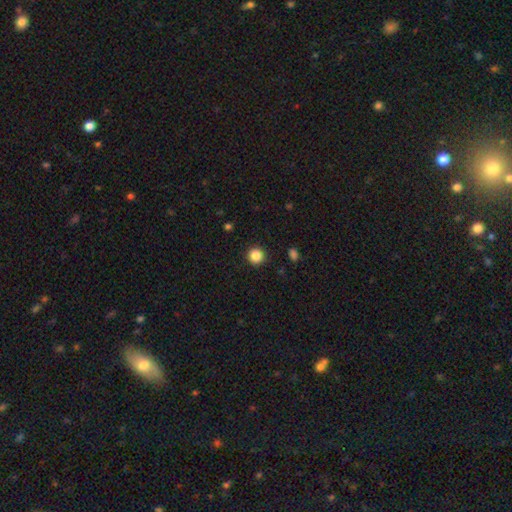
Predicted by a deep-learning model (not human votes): A smooth galaxy with no disk features (86%) that is round (95%).

Vote fractions:
- Smooth or featured? smooth: 86% / star or artifact: 10% / featured or disk: 3%
- How rounded? round: 95% / in between: 4% / cigar-shaped: 1%
- Merging? none: 92% / minor disturbance: 5% / major disturbance: 2% / merger: 1%